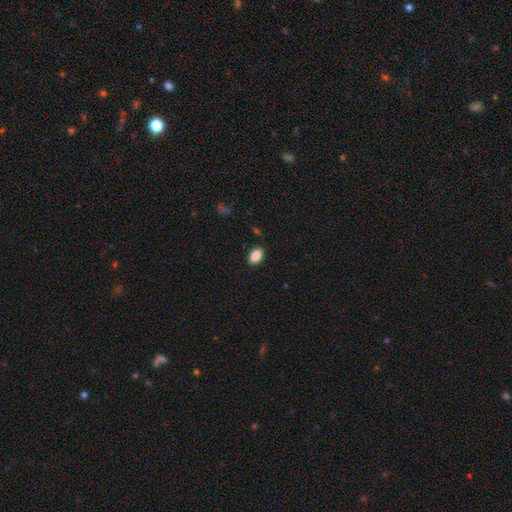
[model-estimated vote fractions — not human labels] Smooth or featured? smooth (88%)
How rounded? in between (90%)
Merging? none (88%)